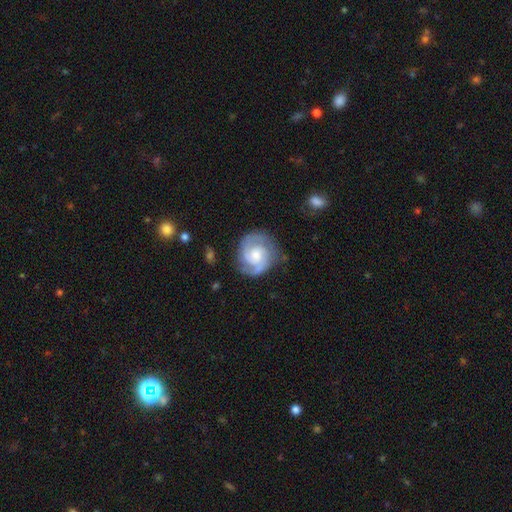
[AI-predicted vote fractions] A featured or disk galaxy (83%) with no bar (60%), 2 (71%) tight (49%) spiral arms (97%) and a moderate central bulge (50%). Merging: none (75%).